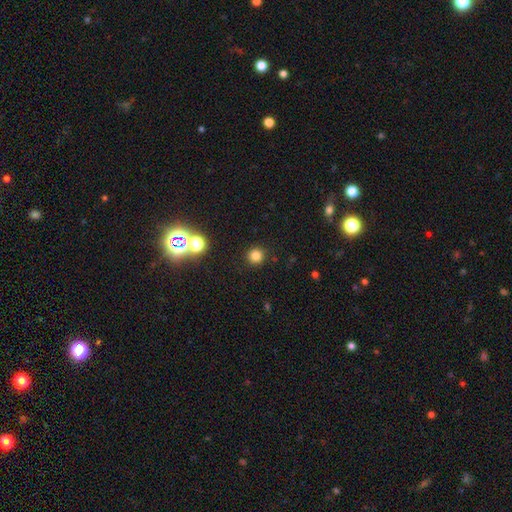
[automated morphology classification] Smooth or featured?
  - smooth: 78% *
  - star or artifact: 17%
  - featured or disk: 5%
How rounded?
  - round: 95% *
  - in between: 4%
  - cigar-shaped: 1%
Merging?
  - none: 91% *
  - minor disturbance: 5%
  - major disturbance: 2%
  - merger: 2%